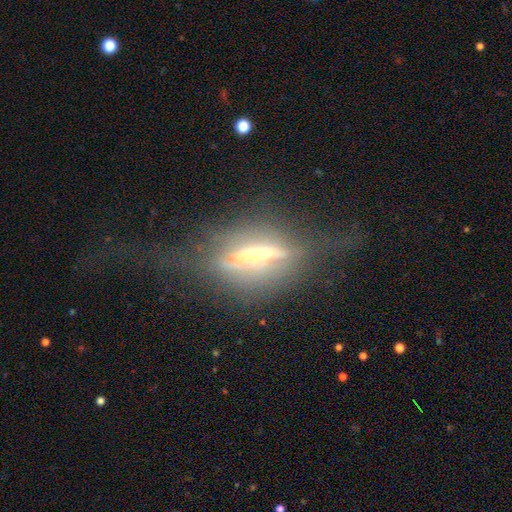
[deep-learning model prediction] A featured or disk galaxy (72%) viewed edge-on (64%). Merging: none (46%).